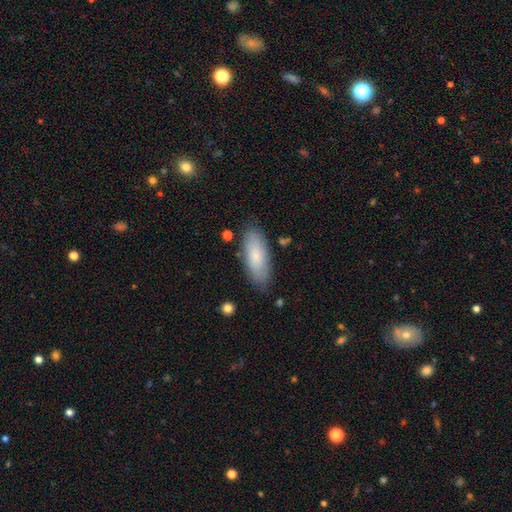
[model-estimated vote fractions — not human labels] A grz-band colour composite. It shows a smooth galaxy with no disk features (76%) that is in between round and cigar-shaped (77%). Merging: none (80%).